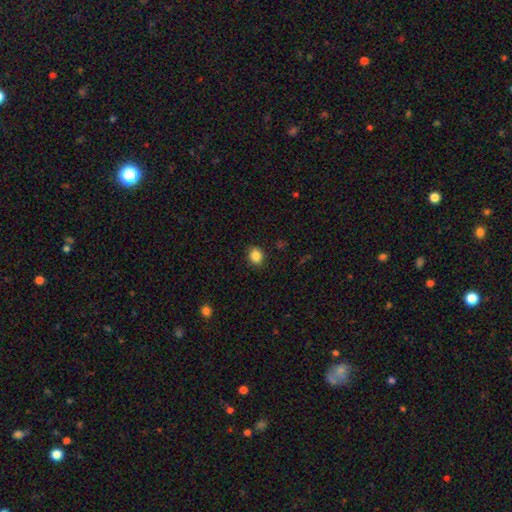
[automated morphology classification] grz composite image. It shows a smooth galaxy with no disk features (86%) that is round (60%). Merging: none (88%).